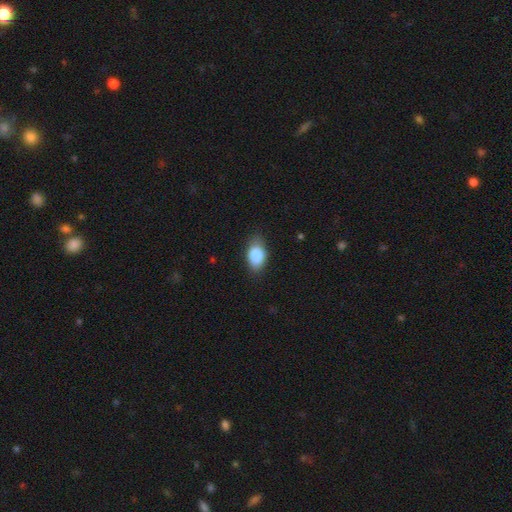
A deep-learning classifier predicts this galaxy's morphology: Overall: smooth (83%). How rounded: in between (88%). Merging: none (81%).